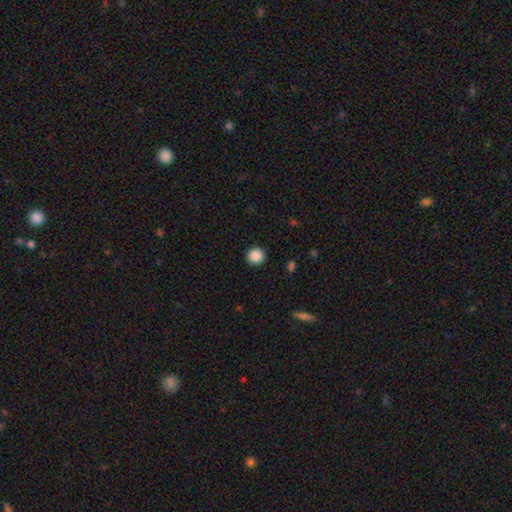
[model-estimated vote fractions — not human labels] smooth 88%, star or artifact 9%, featured or disk 3%. Down the decision tree: how rounded — round (94%); merging — none (92%).